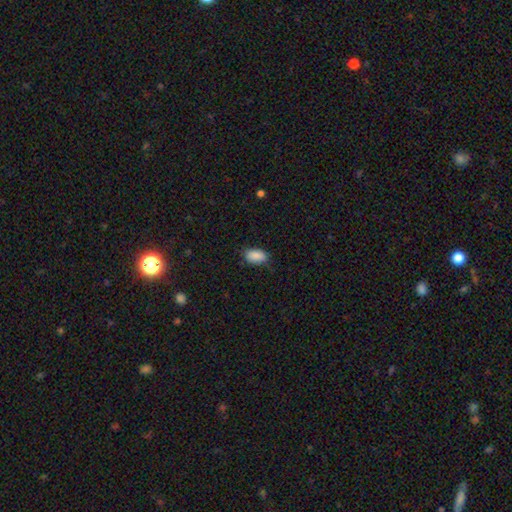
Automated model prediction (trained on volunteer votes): smooth_or_featured: smooth (p=0.89) [alt: star or artifact p=0.07]
how_rounded: in between (p=0.92) [alt: round p=0.05]
merging: none (p=0.77) [alt: minor disturbance p=0.18]